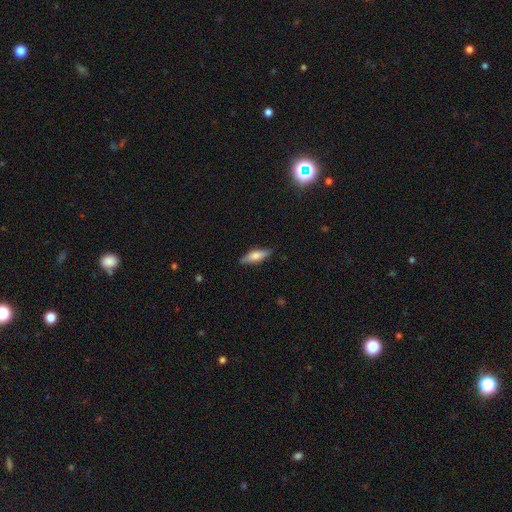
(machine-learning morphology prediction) This is likely a smooth galaxy (61%). How rounded: possibly cigar-shaped (52%). Merging: clearly none (86%).